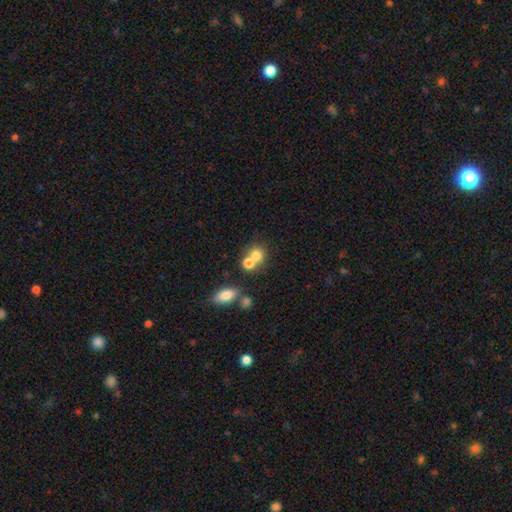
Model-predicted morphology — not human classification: This is likely a smooth galaxy (75%). How rounded: likely round (78%). Merging: possibly merger (50%).